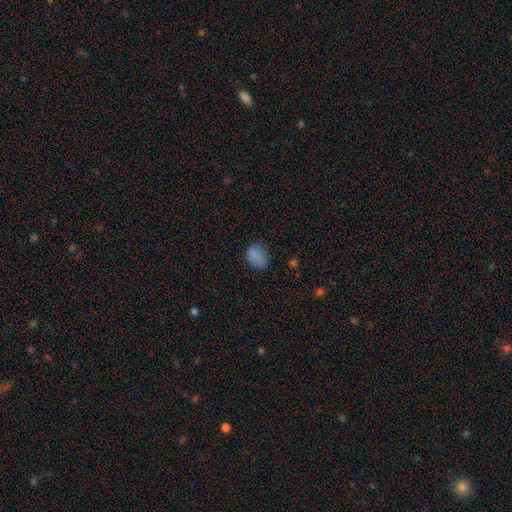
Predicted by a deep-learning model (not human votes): Smooth or featured? Predicted: smooth (p=0.82). How rounded? Predicted: in between (p=0.63). Merging? Predicted: none (p=0.71).